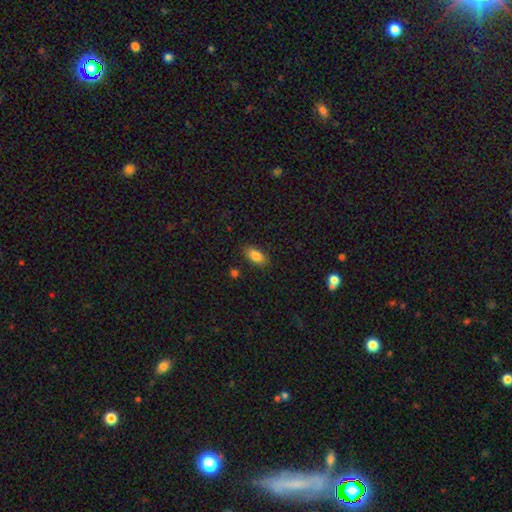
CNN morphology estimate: Smooth or featured? Predicted: smooth (p=0.84). How rounded? Predicted: in between (p=0.90). Merging? Predicted: none (p=0.86).